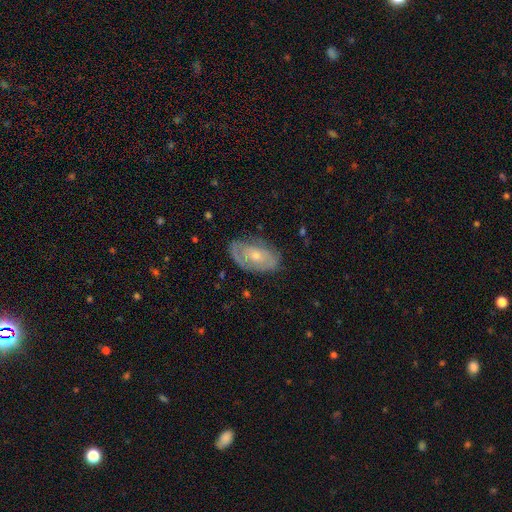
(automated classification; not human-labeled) smooth-or-featured: featured or disk: 63% | smooth: 31% | star or artifact: 6%
  disk-edge-on: no: 92% | yes: 8%
    bar: no: 79% | weak: 17% | strong: 3%
    has-spiral-arms: yes: 67% | no: 33%
    bulge-size: small: 51% | moderate: 45% | large: 2% | none: 1% | dominant: 1%
  merging: none: 68% | minor disturbance: 23% | major disturbance: 8% | merger: 1%